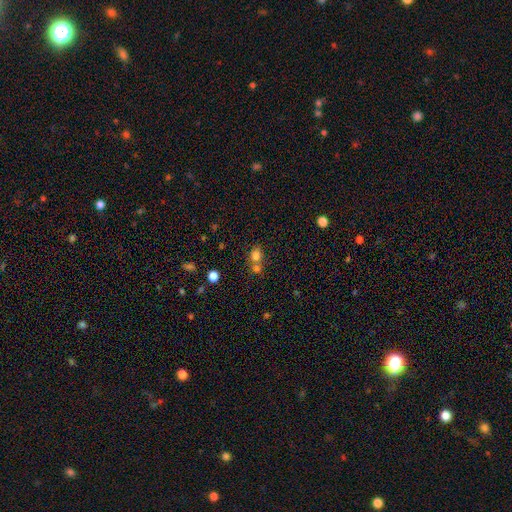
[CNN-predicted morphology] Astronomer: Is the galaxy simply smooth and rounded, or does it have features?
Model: smooth — 77%.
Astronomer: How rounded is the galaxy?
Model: round — 60% (runner-up: in between, 39%).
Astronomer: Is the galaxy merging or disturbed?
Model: none — 44% (runner-up: merger, 43%).